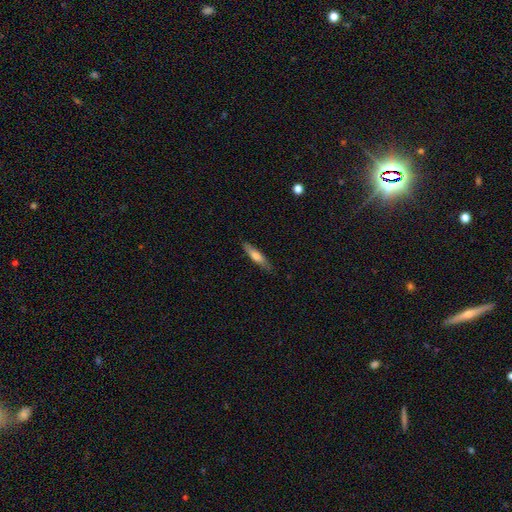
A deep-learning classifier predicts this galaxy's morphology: This appears to be a smooth galaxy with no disk features (65%) that is cigar-shaped (79%). Merging: none (84%).